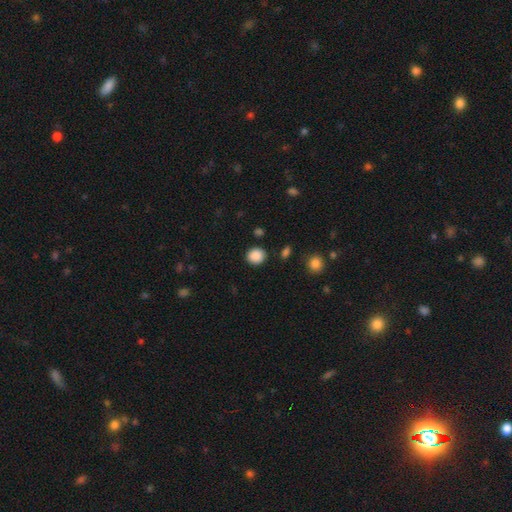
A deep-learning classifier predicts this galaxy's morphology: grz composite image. It shows a smooth galaxy with no disk features (88%) that is round (81%). Merging: none (88%).